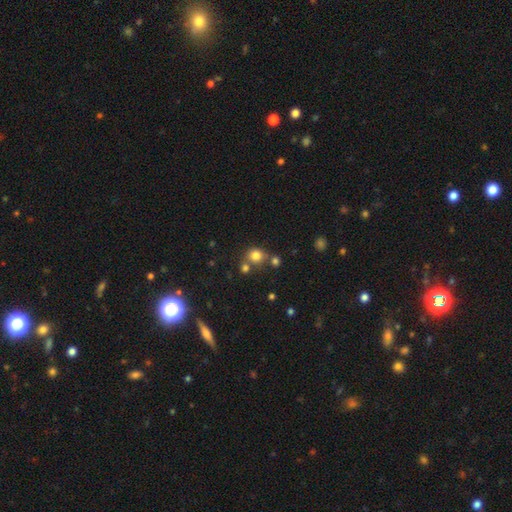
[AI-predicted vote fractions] Morphology: type=smooth (79%); roundness=round (88%); merging=none (64%).